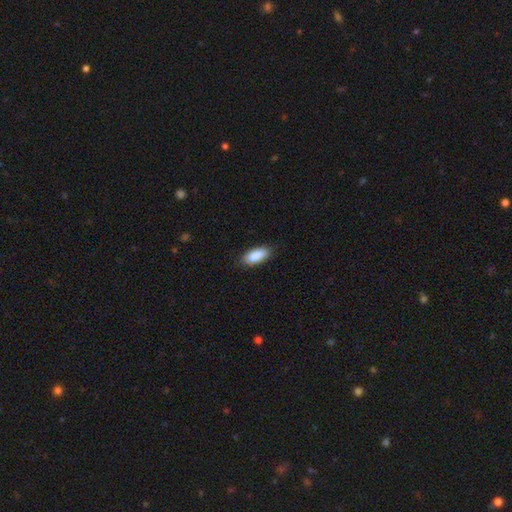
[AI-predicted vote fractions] Smooth or featured? Predicted: smooth (p=0.89). How rounded? Predicted: in between (p=0.86). Merging? Predicted: none (p=0.84).